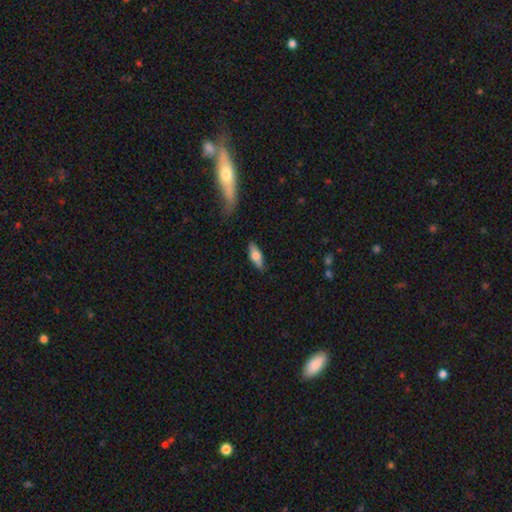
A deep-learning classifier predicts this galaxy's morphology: type=smooth (54%); roundness=in between (60%); merging=none (84%).